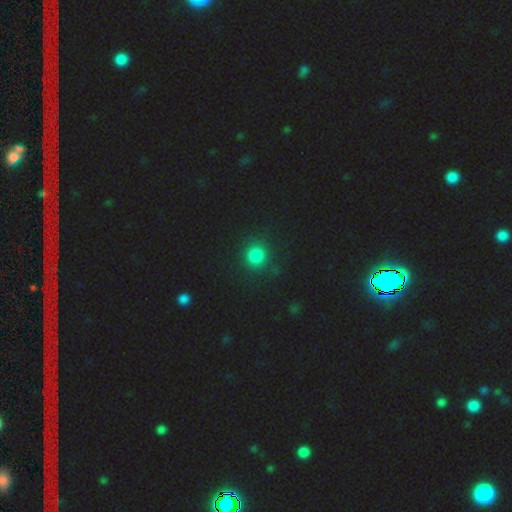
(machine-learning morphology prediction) This appears to be a smooth galaxy with no disk features (78%) that is round (89%). Merging: none (87%).